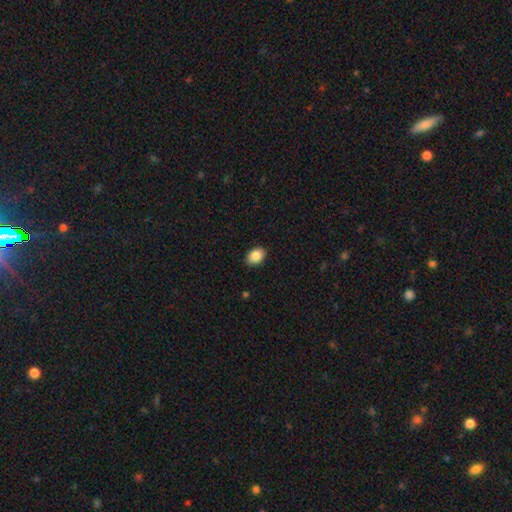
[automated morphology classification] Smooth or featured? smooth (87%)
How rounded? in between (78%)
Merging? none (90%)